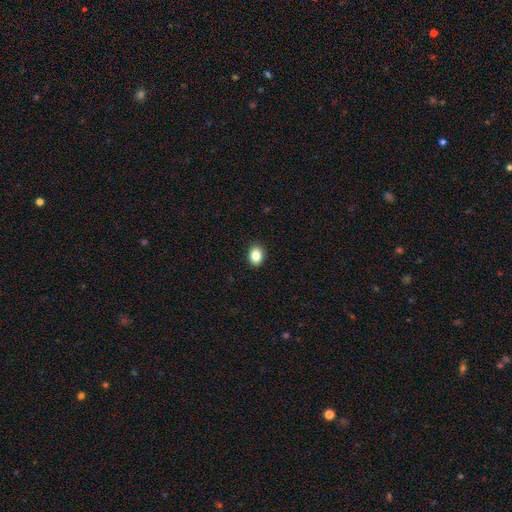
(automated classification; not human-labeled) A smooth galaxy with no disk features (86%) that is in between round and cigar-shaped (60%). Merging: none (91%).